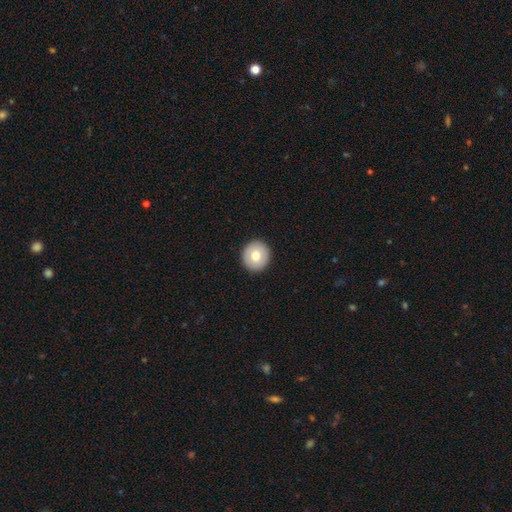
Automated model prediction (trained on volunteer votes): Smooth or featured? smooth (71%)
How rounded? round (94%)
Merging? none (93%)